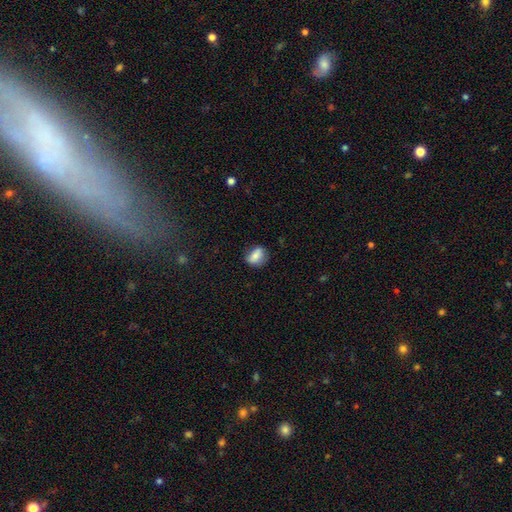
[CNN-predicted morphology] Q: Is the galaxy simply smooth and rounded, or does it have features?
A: smooth — 76%.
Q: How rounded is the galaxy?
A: in between — 65%.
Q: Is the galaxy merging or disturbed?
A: none — 67%.